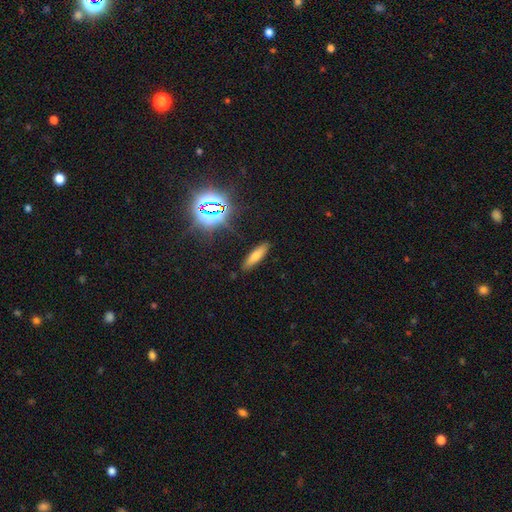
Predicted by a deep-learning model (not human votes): smooth-or-featured: smooth: 65% | featured or disk: 18% | star or artifact: 16%
  how-rounded: cigar-shaped: 68% | in between: 30% | round: 3%
  merging: none: 88% | minor disturbance: 8% | major disturbance: 2% | merger: 2%